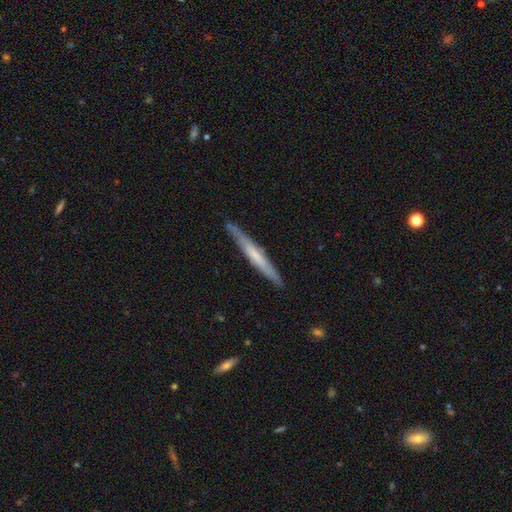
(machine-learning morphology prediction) Overall: featured or disk (50%; smooth 45%). Merging: none (86%).